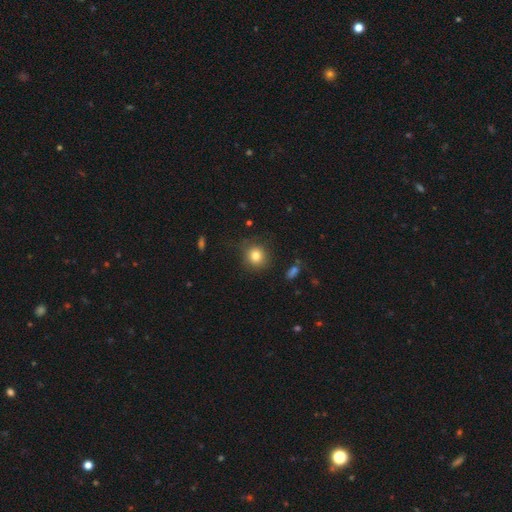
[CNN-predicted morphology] This is clearly a smooth galaxy (81%). How rounded: clearly round (88%). Merging: clearly none (81%).